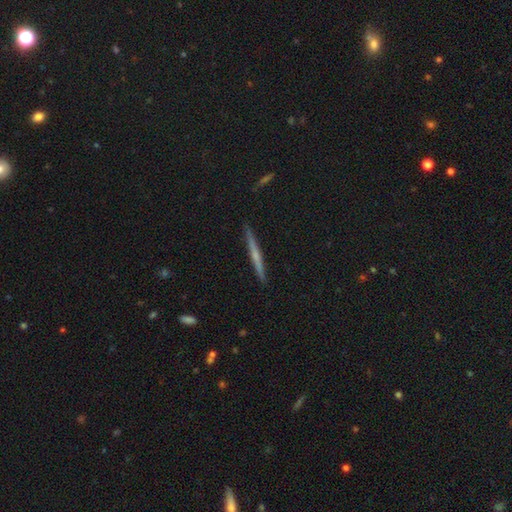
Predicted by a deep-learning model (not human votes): smooth_or_featured: featured or disk (p=0.62) [alt: smooth p=0.31]
disk_edge_on: yes (p=0.98) [alt: no p=0.02]
edge_on_bulge: none (p=0.51) [alt: rounded p=0.43]
merging: none (p=0.91) [alt: minor disturbance p=0.07]